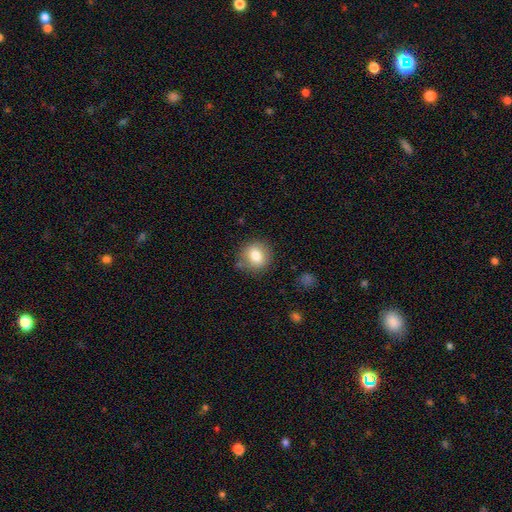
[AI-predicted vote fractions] Morphology: type=smooth (79%); roundness=round (85%); merging=none (81%).